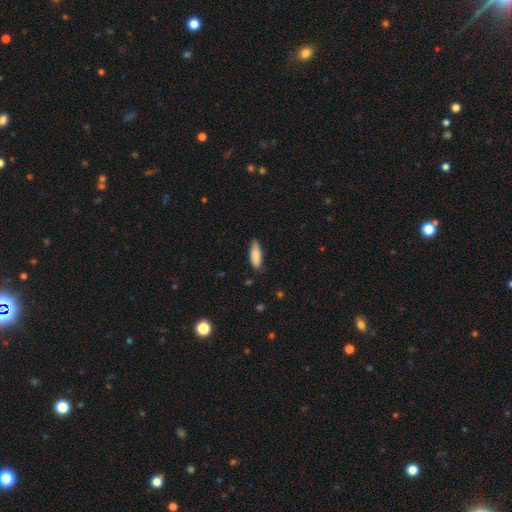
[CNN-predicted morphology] Smooth or featured? Predicted: smooth (p=0.86). How rounded? Predicted: in between (p=0.58). Merging? Predicted: none (p=0.75).